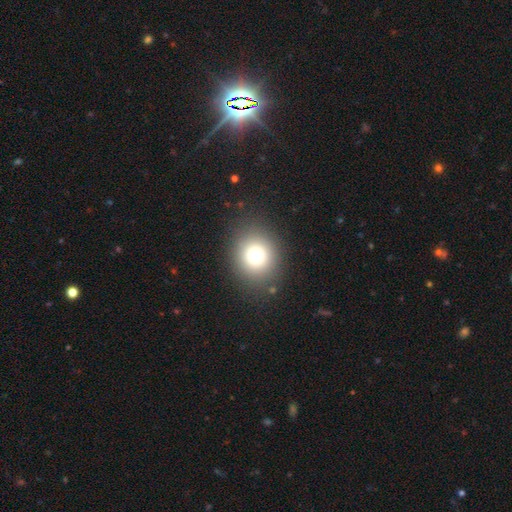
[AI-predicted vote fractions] This appears to be a smooth galaxy with no disk features (72%) that is round (76%). Merging: none (86%).